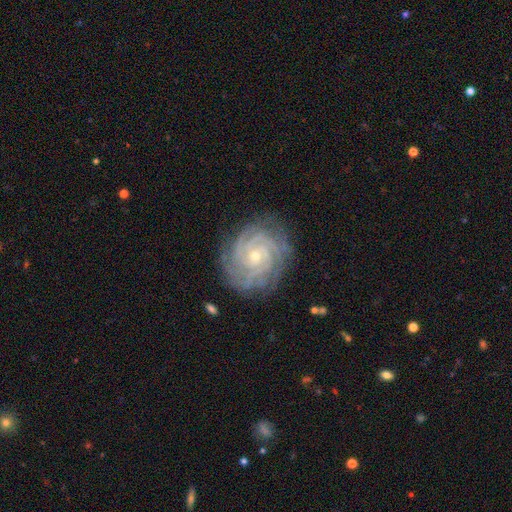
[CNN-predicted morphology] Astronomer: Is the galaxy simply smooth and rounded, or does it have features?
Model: featured or disk — 88%.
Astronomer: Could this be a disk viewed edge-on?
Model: no — 98%.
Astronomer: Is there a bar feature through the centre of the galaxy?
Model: no — 75%.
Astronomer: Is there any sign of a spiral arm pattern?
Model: yes — 98%.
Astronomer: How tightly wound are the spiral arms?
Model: tight — 83%.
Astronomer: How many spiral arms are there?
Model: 4 — 29% (runner-up: can't tell, 21%).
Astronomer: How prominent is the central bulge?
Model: small — 73%.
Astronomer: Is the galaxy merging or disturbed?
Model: none — 82%.